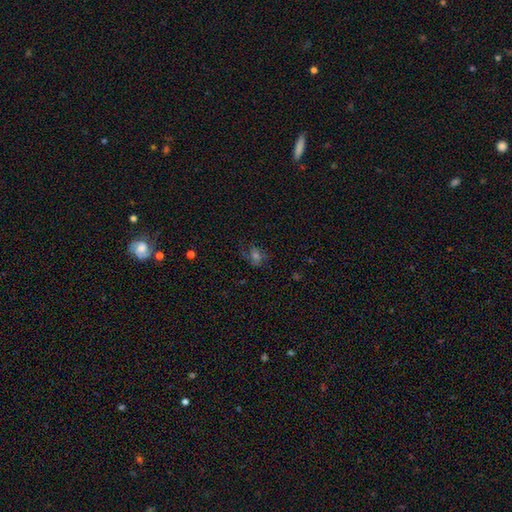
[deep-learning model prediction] Morphology: type=featured or disk (47%); merging=none (63%).